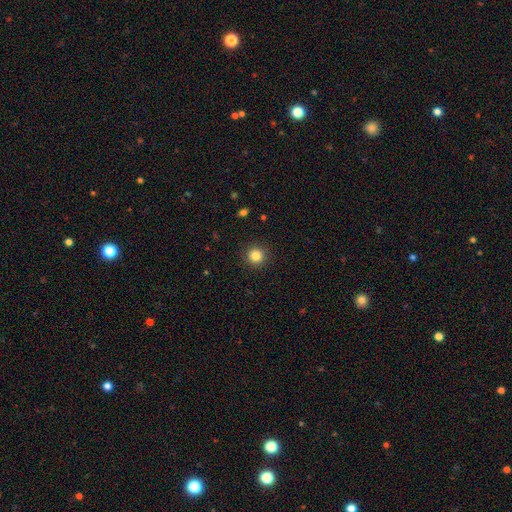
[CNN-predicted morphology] A smooth galaxy with no disk features (84%) that is round (95%). Merging: none (91%).